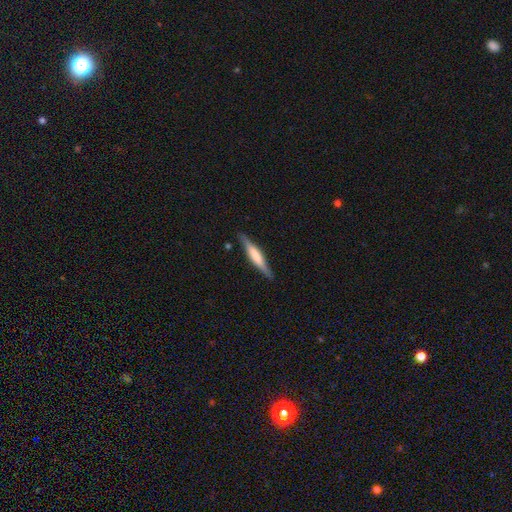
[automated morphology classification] The model was most divided on "edge-on bulge": boxy: 45%, rounded: 35%, none: 20%. More confident: edge-on disk — yes (96%); merging — none (86%); smooth or featured — featured or disk (54%).